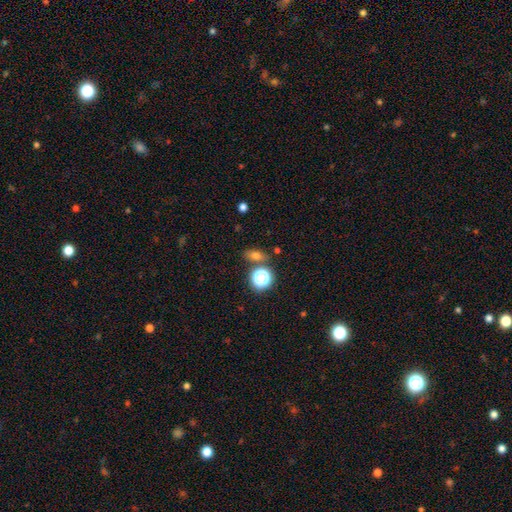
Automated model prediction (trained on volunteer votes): This appears to be a smooth galaxy with no disk features (68%) that is in between round and cigar-shaped (65%). Merging: none (77%).